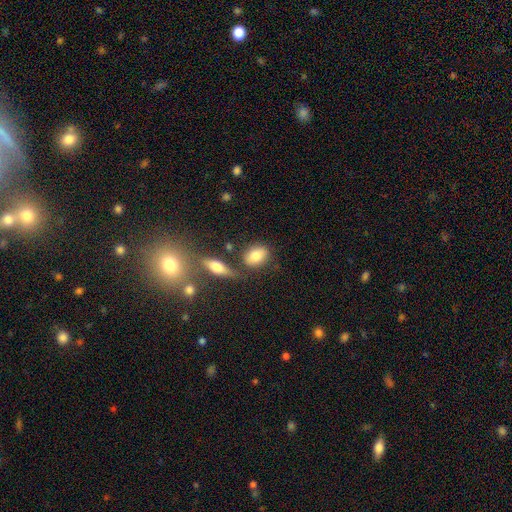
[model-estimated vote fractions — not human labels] Smooth or featured? smooth (80%)
How rounded? in between (72%)
Merging? none (69%)